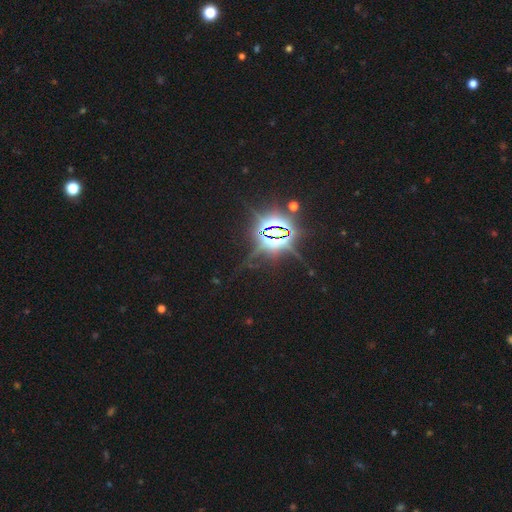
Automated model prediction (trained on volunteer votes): A star or artifact, not a galaxy (87%).